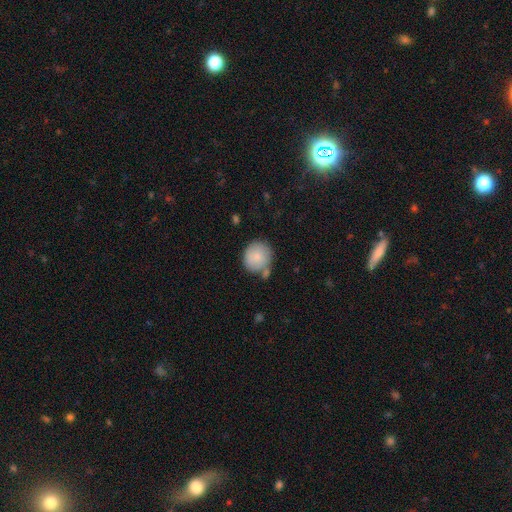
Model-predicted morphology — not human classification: smooth-or-featured: smooth: 85% | featured or disk: 9% | star or artifact: 6%
  how-rounded: round: 88% | in between: 11% | cigar-shaped: 1%
  merging: none: 60% | minor disturbance: 19% | merger: 16% | major disturbance: 5%